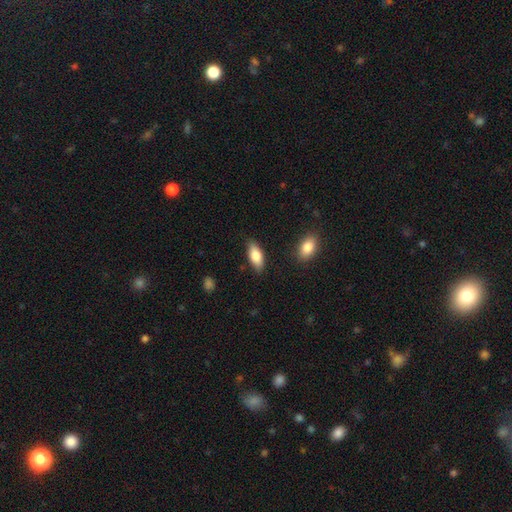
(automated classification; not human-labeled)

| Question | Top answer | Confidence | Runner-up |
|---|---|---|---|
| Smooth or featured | smooth | 80% | featured or disk (14%) |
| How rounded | in between | 83% | cigar-shaped (14%) |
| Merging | none | 84% | minor disturbance (12%) |